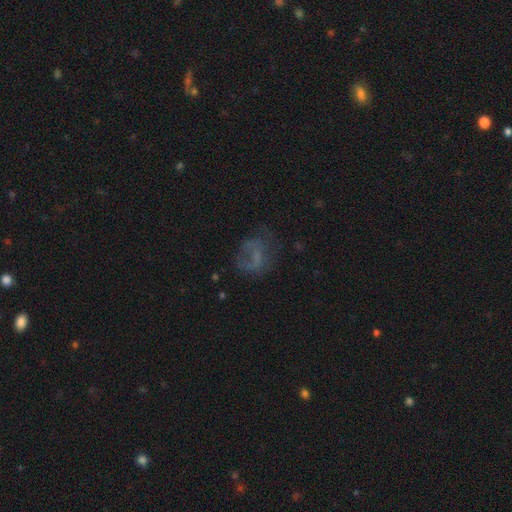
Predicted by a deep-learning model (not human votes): This is marginally a featured or disk galaxy (39%, tied with smooth). Merging: possibly none (45%).